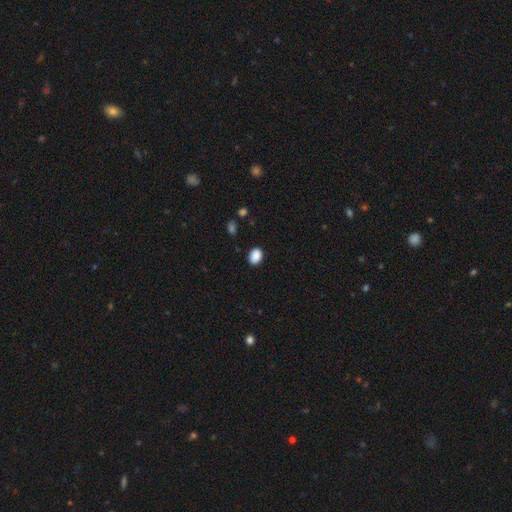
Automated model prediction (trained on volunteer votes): This is clearly a smooth galaxy (89%). How rounded: likely in between (71%). Merging: clearly none (87%).